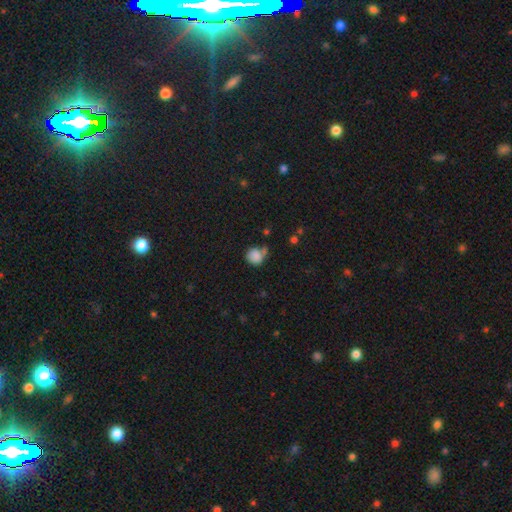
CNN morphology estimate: A smooth galaxy with no disk features (80%) that is round (78%). Merging: none (49%).